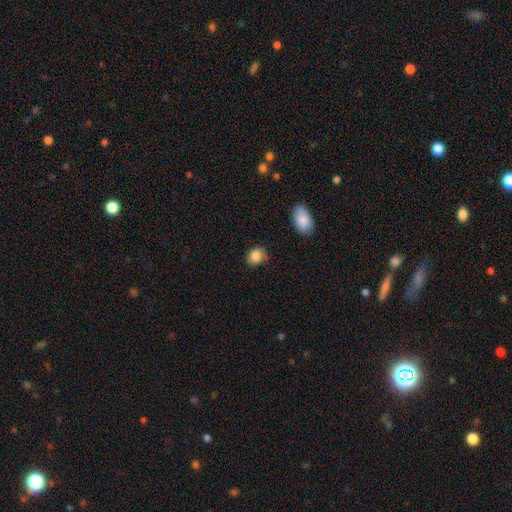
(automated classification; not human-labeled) Smooth or featured? smooth (84%)
How rounded? round (54%)
Merging? none (67%)